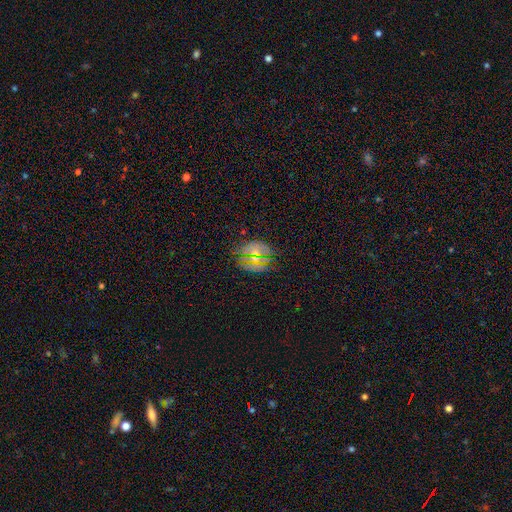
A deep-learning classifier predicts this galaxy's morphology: The model was most divided on "how rounded": round: 53%, in between: 44%, cigar-shaped: 3%. More confident: merging — none (80%); smooth or featured — smooth (54%).